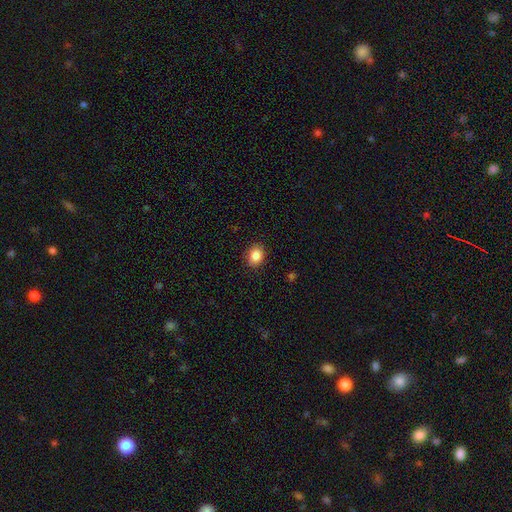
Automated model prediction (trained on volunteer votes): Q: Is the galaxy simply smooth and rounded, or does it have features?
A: smooth — 86%.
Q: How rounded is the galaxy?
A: in between — 52%.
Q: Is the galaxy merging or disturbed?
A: none — 88%.